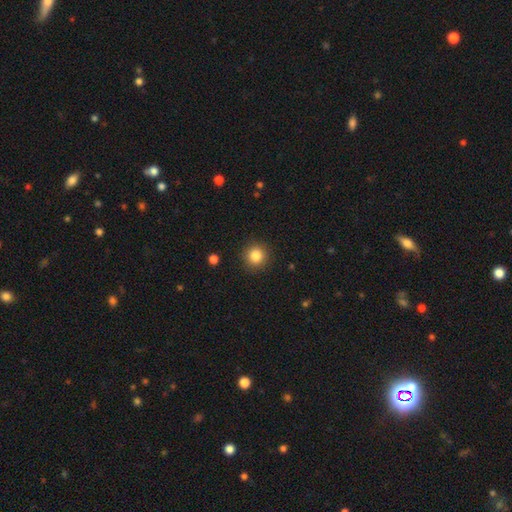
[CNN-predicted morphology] Smooth or featured: smooth — 84% (star or artifact — 11%)
How rounded: round — 94% (in between — 5%)
Merging: none — 91% (minor disturbance — 6%)